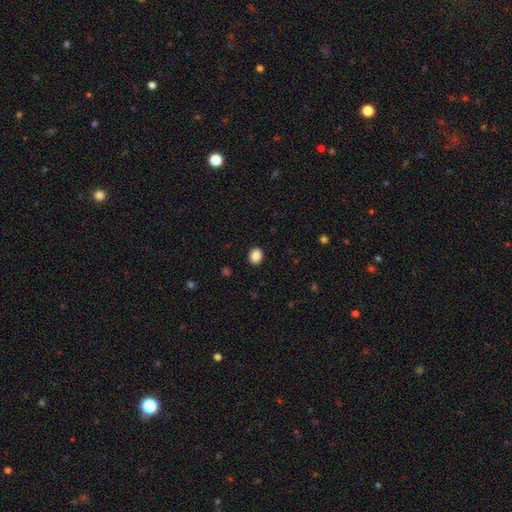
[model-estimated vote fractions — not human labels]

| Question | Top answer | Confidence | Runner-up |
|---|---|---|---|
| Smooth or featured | smooth | 87% | star or artifact (9%) |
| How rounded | in between | 50% | round (49%) |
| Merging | none | 91% | minor disturbance (6%) |